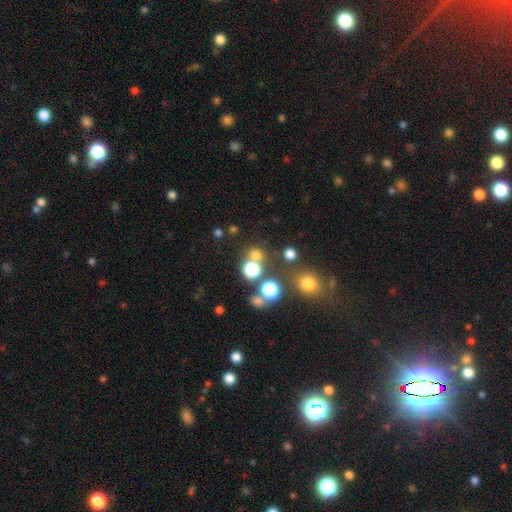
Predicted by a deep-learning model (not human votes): Q: Smooth or featured?
A: smooth (66%); runner-up: star or artifact (26%)
Q: How rounded?
A: round (87%); runner-up: in between (12%)
Q: Merging?
A: none (67%); runner-up: merger (21%)